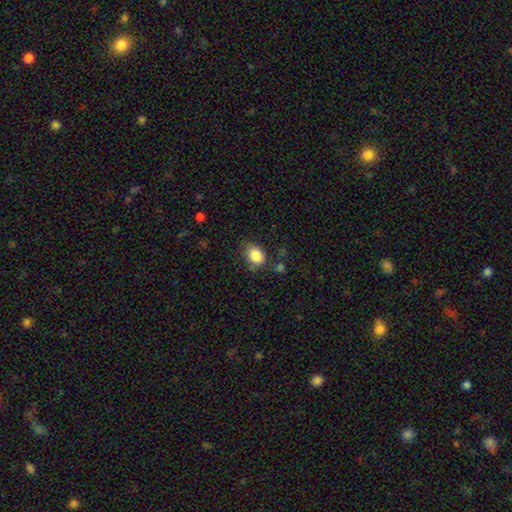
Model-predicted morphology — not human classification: smooth-or-featured: smooth: 86% | star or artifact: 9% | featured or disk: 5%
  how-rounded: in between: 73% | round: 26% | cigar-shaped: 1%
  merging: none: 66% | minor disturbance: 24% | major disturbance: 6% | merger: 4%